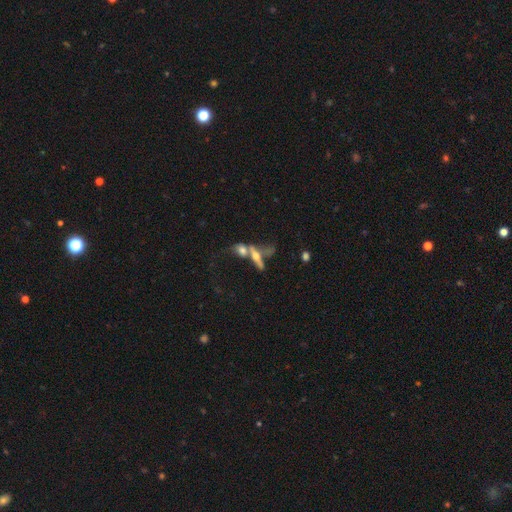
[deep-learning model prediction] featured or disk 51%, smooth 37%, star or artifact 12%. Down the decision tree: edge-on disk — yes (61%); merging — merger (59%).